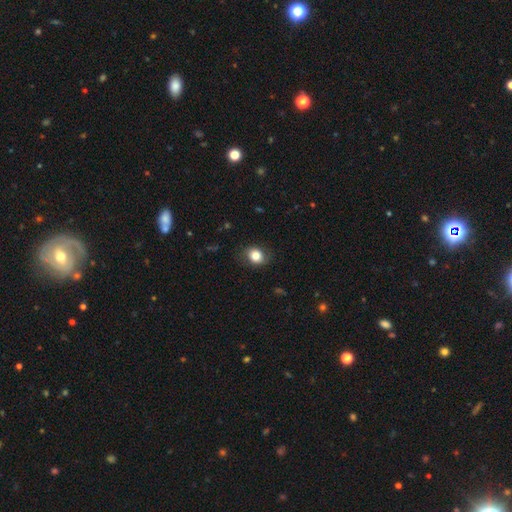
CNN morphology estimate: Q: Smooth or featured?
A: smooth (82%); runner-up: star or artifact (9%)
Q: How rounded?
A: in between (51%); runner-up: round (48%)
Q: Merging?
A: none (81%); runner-up: minor disturbance (14%)